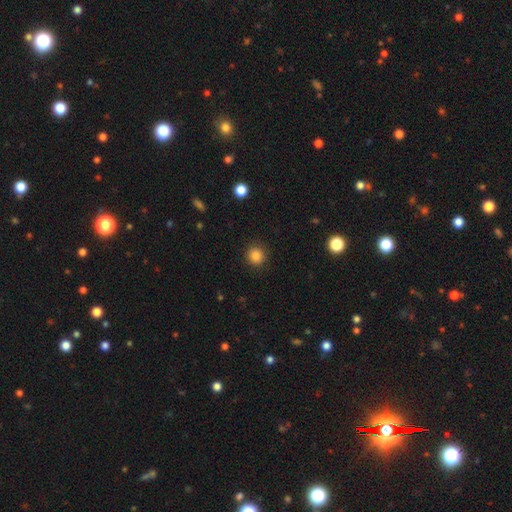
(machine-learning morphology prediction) smooth 85%, star or artifact 11%, featured or disk 4%. Down the decision tree: how rounded — round (92%); merging — none (89%).